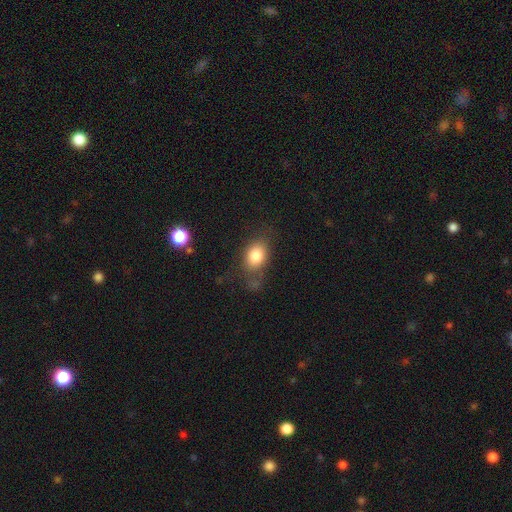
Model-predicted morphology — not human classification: Q: Smooth or featured?
A: smooth (80%); runner-up: featured or disk (11%)
Q: How rounded?
A: in between (74%); runner-up: round (24%)
Q: Merging?
A: none (60%); runner-up: minor disturbance (23%)